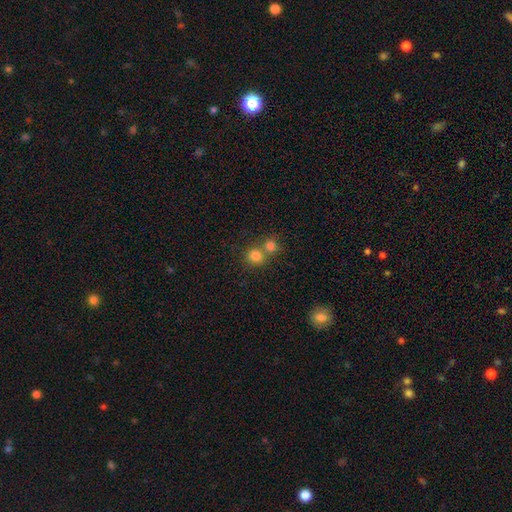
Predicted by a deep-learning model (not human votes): A smooth galaxy with no disk features (80%) that is round (87%). Merging: none (48%).